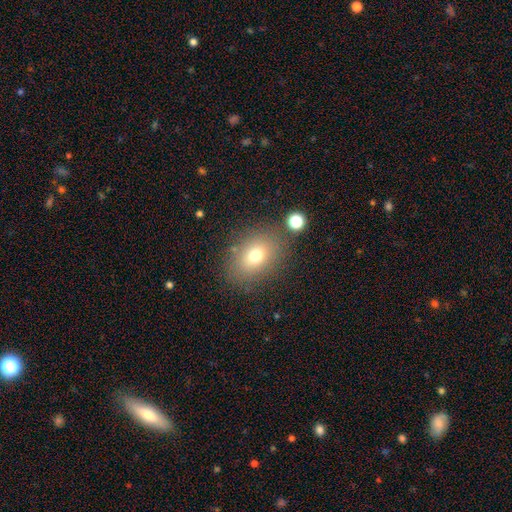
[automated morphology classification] type=smooth (73%); roundness=in between (68%); merging=none (79%).